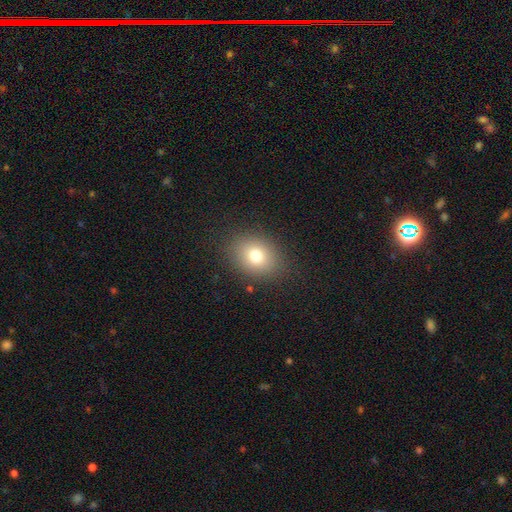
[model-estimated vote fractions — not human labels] Smooth or featured?
  - smooth: 76% *
  - star or artifact: 13%
  - featured or disk: 11%
How rounded?
  - in between: 53% *
  - round: 46%
  - cigar-shaped: 1%
Merging?
  - none: 85% *
  - minor disturbance: 9%
  - major disturbance: 4%
  - merger: 1%